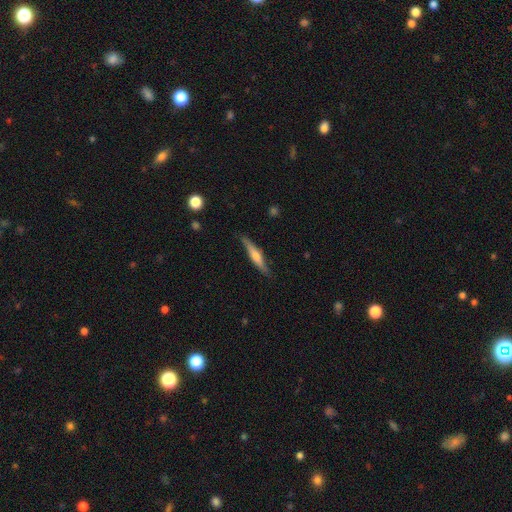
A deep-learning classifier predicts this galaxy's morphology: Smooth or featured?
  - featured or disk: 54% *
  - smooth: 40%
  - star or artifact: 6%
Edge-on disk?
  - yes: 94% *
  - no: 6%
Edge-on bulge?
  - rounded: 77% *
  - none: 12%
  - boxy: 11%
Merging?
  - none: 83% *
  - minor disturbance: 13%
  - major disturbance: 2%
  - merger: 1%